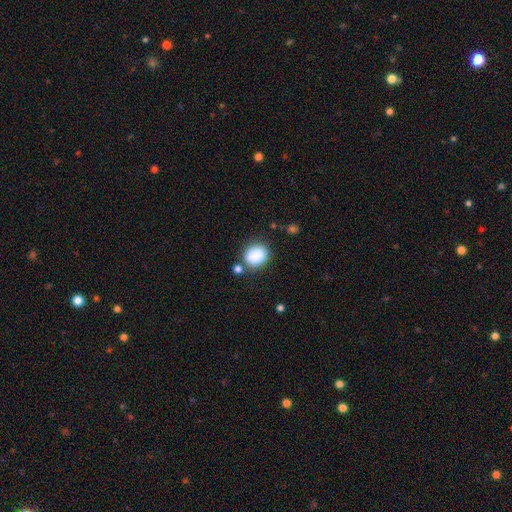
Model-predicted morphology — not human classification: Smooth or featured?
  - smooth: 87% *
  - star or artifact: 8%
  - featured or disk: 5%
How rounded?
  - round: 55% *
  - in between: 44%
  - cigar-shaped: 1%
Merging?
  - none: 72% *
  - minor disturbance: 13%
  - merger: 10%
  - major disturbance: 5%